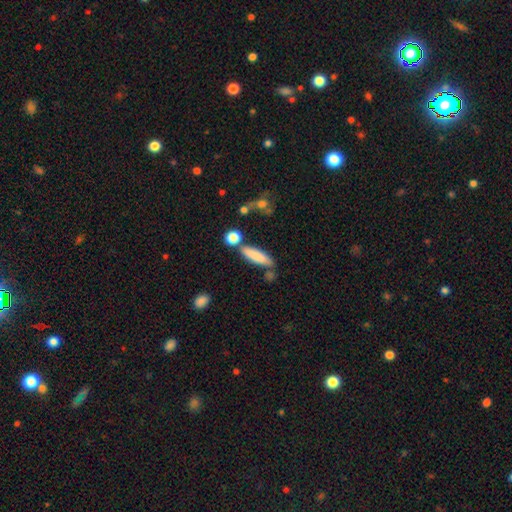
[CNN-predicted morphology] type=smooth (82%); roundness=cigar-shaped (63%); merging=none (68%).